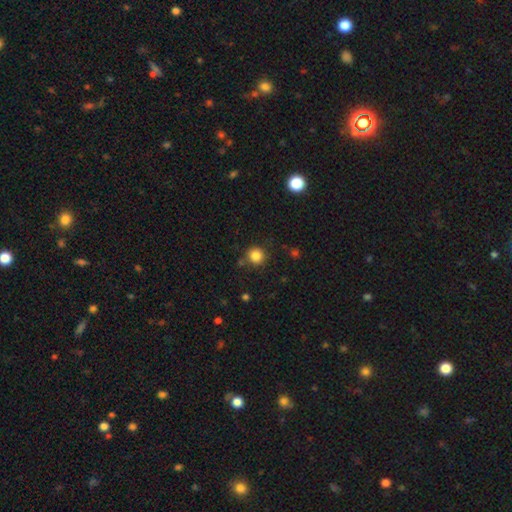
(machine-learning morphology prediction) A smooth galaxy with no disk features (84%) that is round (93%).

Vote fractions:
- Smooth or featured? smooth: 84% / star or artifact: 11% / featured or disk: 4%
- How rounded? round: 93% / in between: 6% / cigar-shaped: 1%
- Merging? none: 82% / minor disturbance: 10% / merger: 4% / major disturbance: 3%